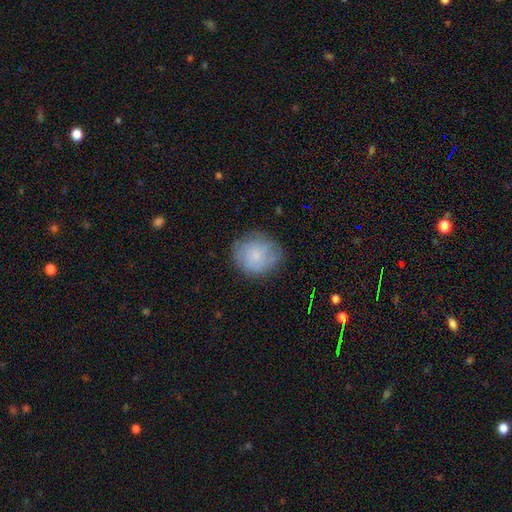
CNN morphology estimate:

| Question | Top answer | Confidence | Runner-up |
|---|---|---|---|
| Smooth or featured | smooth | 59% | featured or disk (33%) |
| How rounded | round | 82% | in between (17%) |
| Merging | none | 75% | minor disturbance (18%) |